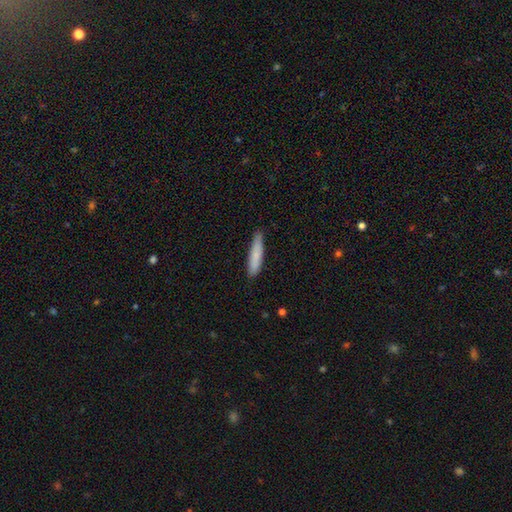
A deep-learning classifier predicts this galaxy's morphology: This is clearly a smooth galaxy (80%). How rounded: clearly cigar-shaped (87%). Merging: clearly none (84%).